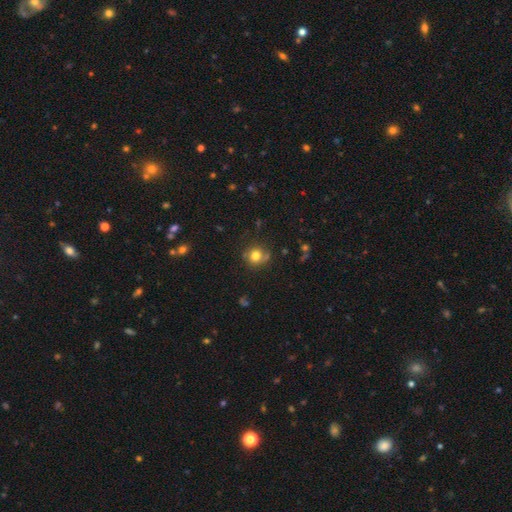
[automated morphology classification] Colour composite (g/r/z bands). It shows a smooth galaxy with no disk features (77%) that is round (86%). Merging: none (72%).